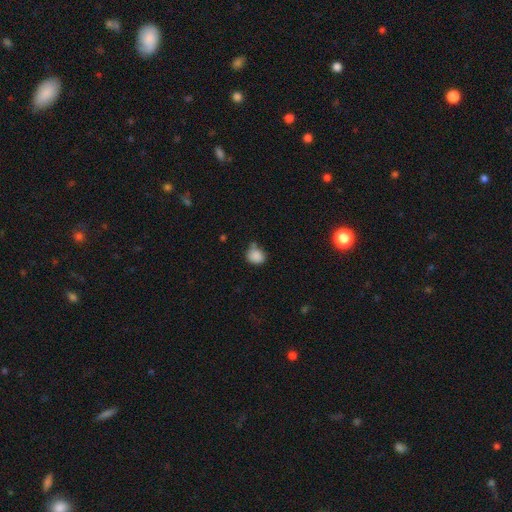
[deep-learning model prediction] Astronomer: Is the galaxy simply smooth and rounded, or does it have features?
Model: smooth — 86%.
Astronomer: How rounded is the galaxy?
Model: round — 65%.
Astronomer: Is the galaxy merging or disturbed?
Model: none — 56%.